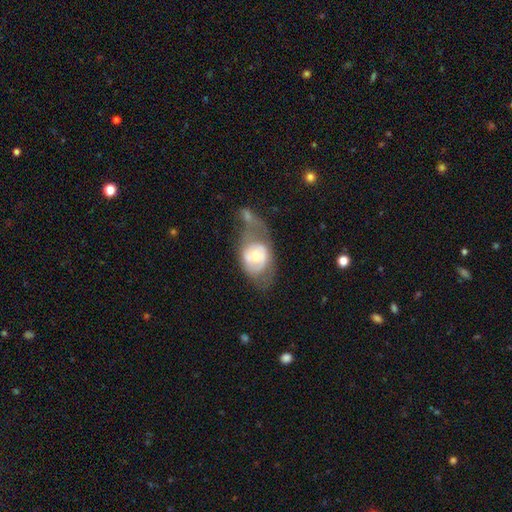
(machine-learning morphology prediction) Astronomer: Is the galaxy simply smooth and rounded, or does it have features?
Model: featured or disk — 57% (runner-up: smooth, 37%).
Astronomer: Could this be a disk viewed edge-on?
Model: no — 94%.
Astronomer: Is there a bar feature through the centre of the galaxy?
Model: no — 72%.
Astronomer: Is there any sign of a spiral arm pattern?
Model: no — 66%.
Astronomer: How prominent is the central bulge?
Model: moderate — 65%.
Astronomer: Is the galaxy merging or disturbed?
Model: major disturbance — 32% (runner-up: none, 27%).